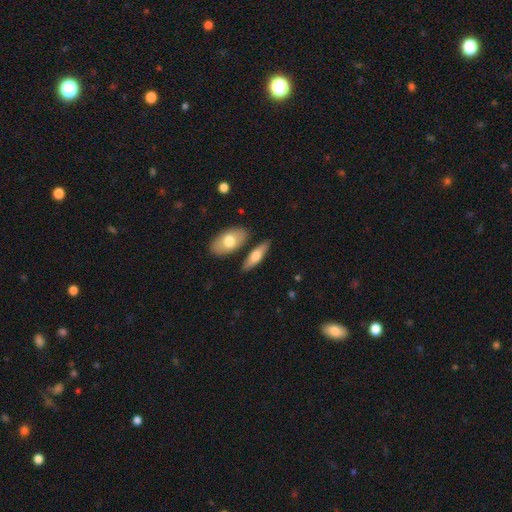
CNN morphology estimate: Overall: smooth (63%; featured or disk 32%). How rounded: in between (55%; cigar-shaped 42%). Merging: none (77%).